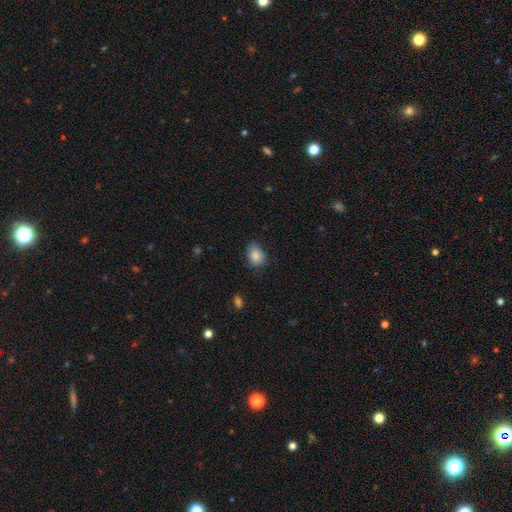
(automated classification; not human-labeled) Smooth or featured: smooth — 86% (star or artifact — 8%)
How rounded: in between — 60% (round — 39%)
Merging: none — 73% (minor disturbance — 22%)